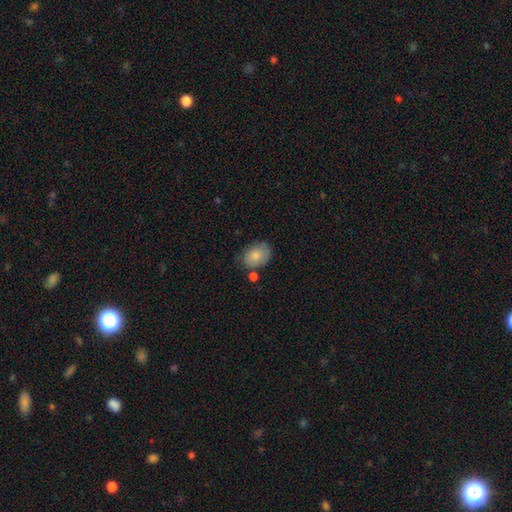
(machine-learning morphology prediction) A smooth galaxy with no disk features (82%) that is in between round and cigar-shaped (71%). Merging: none (66%).